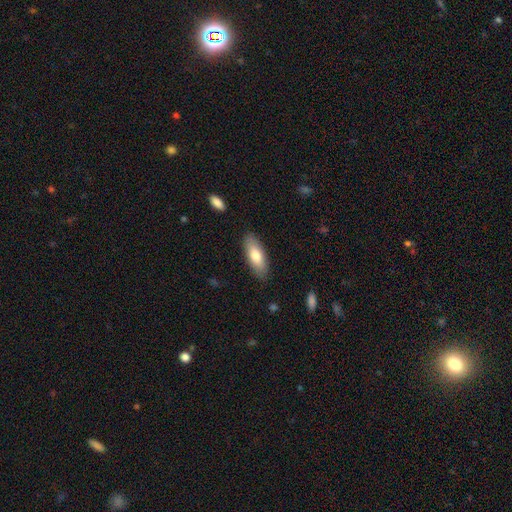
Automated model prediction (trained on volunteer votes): Morphology: type=smooth (77%); roundness=in between (72%); merging=none (86%).